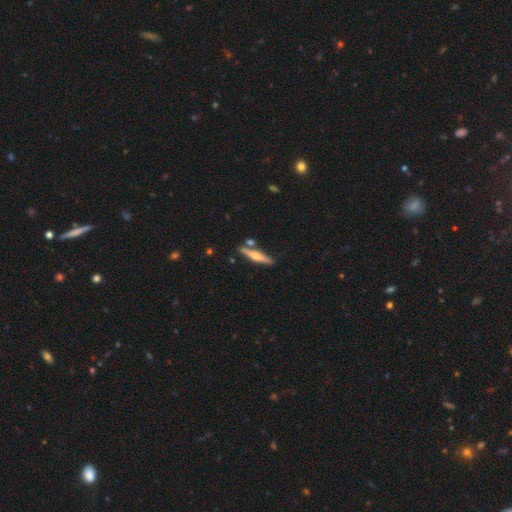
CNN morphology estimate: Smooth or featured?
  - featured or disk: 57% *
  - smooth: 38%
  - star or artifact: 6%
Edge-on disk?
  - yes: 96% *
  - no: 4%
Edge-on bulge?
  - rounded: 86% *
  - boxy: 8%
  - none: 6%
Merging?
  - none: 78% *
  - minor disturbance: 11%
  - merger: 8%
  - major disturbance: 2%